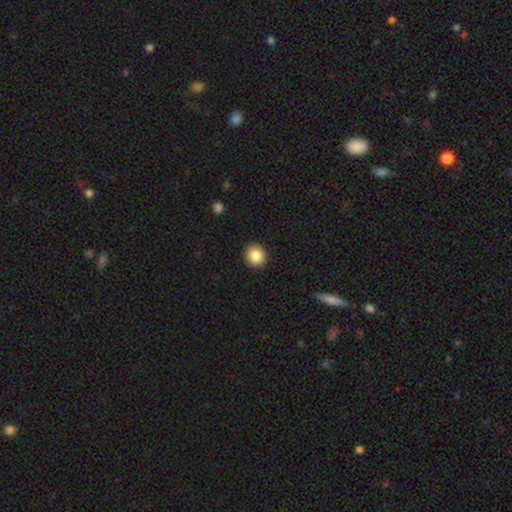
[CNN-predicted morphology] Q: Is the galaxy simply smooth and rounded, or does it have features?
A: smooth — 86%.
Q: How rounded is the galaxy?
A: round — 88%.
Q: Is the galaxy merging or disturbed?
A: none — 92%.